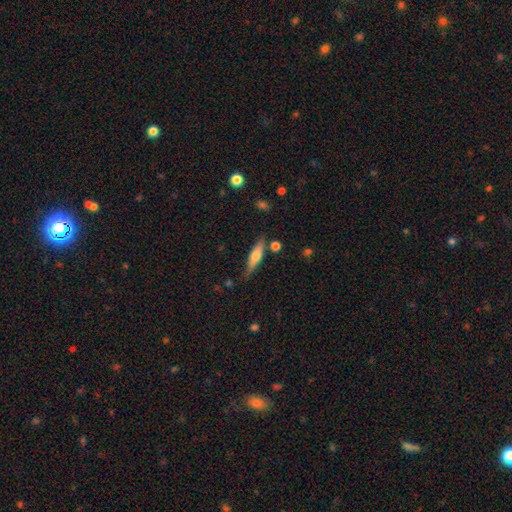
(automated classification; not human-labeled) The model was most divided on "smooth or featured": smooth: 52%, featured or disk: 41%, star or artifact: 7%. More confident: merging — none (76%); how rounded — cigar-shaped (75%).